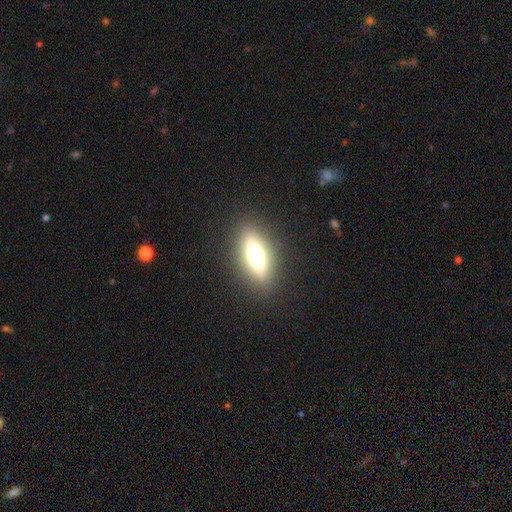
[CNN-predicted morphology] Smooth or featured?
  - smooth: 61% *
  - featured or disk: 30%
  - star or artifact: 9%
How rounded?
  - in between: 59% *
  - cigar-shaped: 36%
  - round: 5%
Merging?
  - none: 87% *
  - minor disturbance: 8%
  - major disturbance: 3%
  - merger: 1%